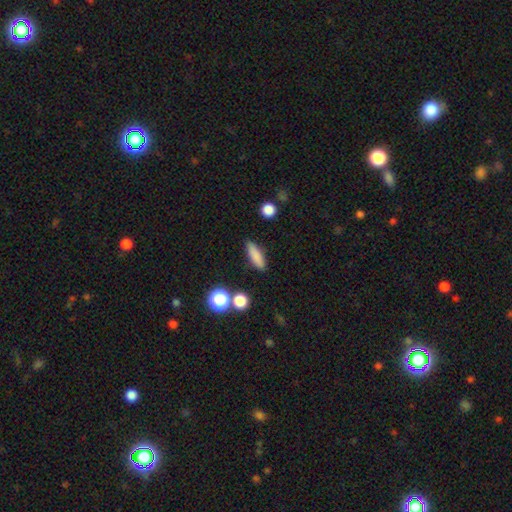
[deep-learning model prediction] Smooth or featured?
  - smooth: 83% *
  - featured or disk: 9%
  - star or artifact: 9%
How rounded?
  - cigar-shaped: 58% *
  - in between: 37%
  - round: 4%
Merging?
  - none: 87% *
  - minor disturbance: 8%
  - merger: 3%
  - major disturbance: 2%